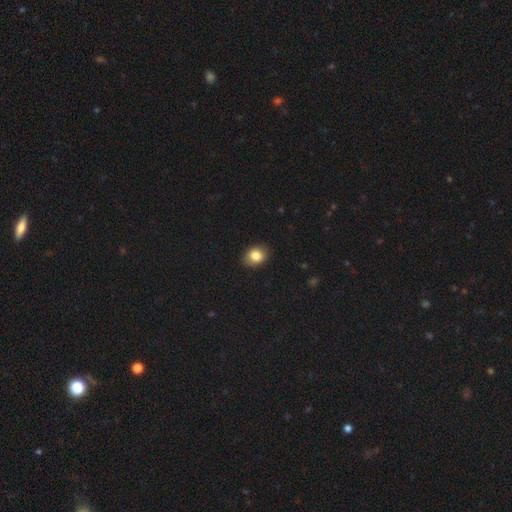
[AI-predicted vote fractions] Q: Smooth or featured?
A: smooth (84%); runner-up: star or artifact (9%)
Q: How rounded?
A: in between (50%); runner-up: round (49%)
Q: Merging?
A: none (87%); runner-up: minor disturbance (10%)